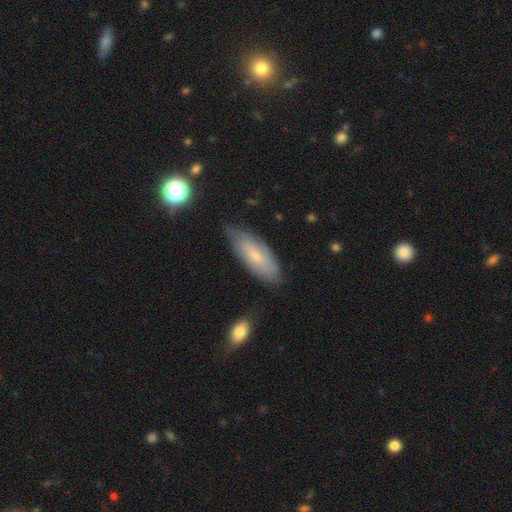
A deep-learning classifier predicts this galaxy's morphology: A smooth galaxy with no disk features (51%) that is in between round and cigar-shaped (73%).

Vote fractions:
- Smooth or featured? smooth: 51% / featured or disk: 42% / star or artifact: 7%
- How rounded? in between: 73% / cigar-shaped: 24% / round: 2%
- Merging? none: 70% / minor disturbance: 23% / major disturbance: 5% / merger: 2%